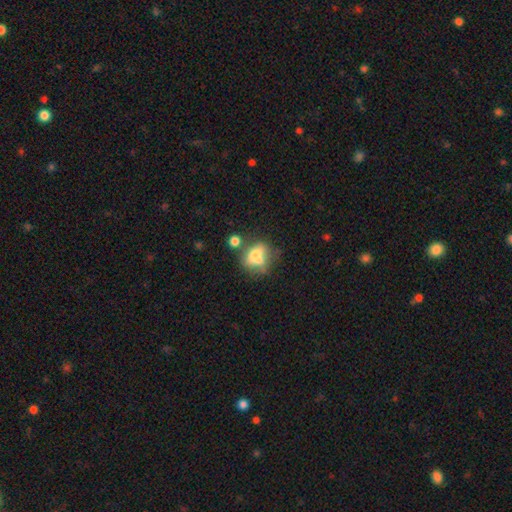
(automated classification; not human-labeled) Morphology: type=smooth (62%); roundness=in between (52%); merging=none (34%).